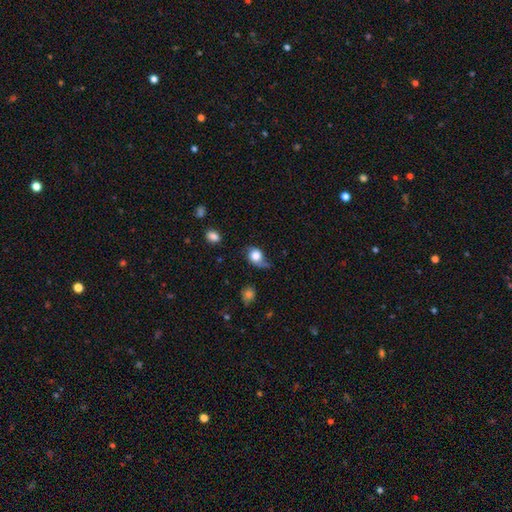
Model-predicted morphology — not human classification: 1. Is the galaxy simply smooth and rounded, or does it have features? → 69% smooth, 22% featured or disk, 9% star or artifact.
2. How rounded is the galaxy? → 58% round, 40% in between, 1% cigar-shaped.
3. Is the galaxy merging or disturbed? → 40% none, 35% minor disturbance, 22% major disturbance, 4% merger.